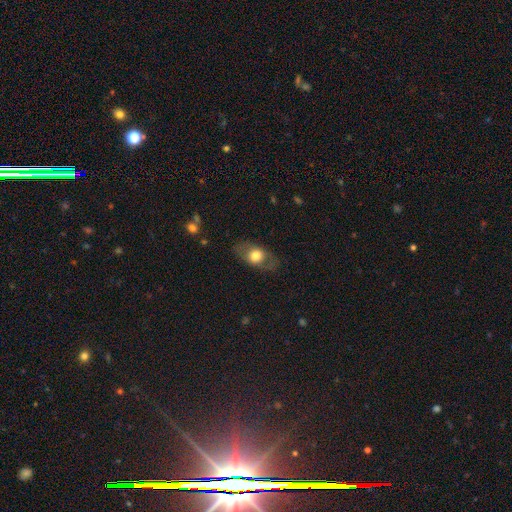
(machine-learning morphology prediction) type=smooth (59%); roundness=in between (75%); merging=none (79%).